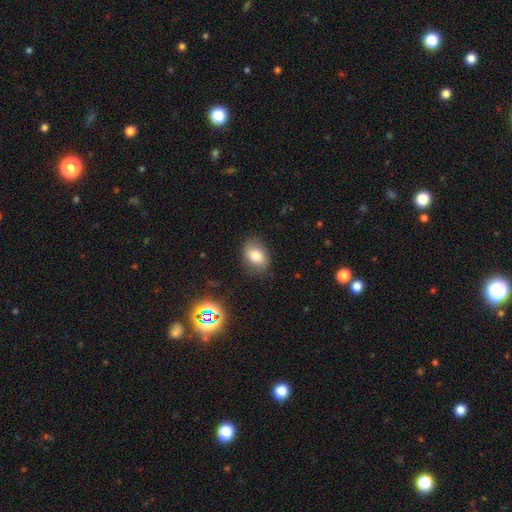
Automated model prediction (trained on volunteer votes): This is likely a smooth galaxy (76%). How rounded: likely in between (71%). Merging: clearly none (81%).